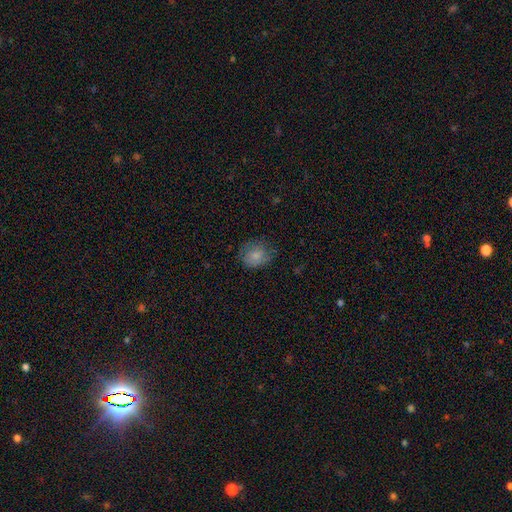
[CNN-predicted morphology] A smooth galaxy with no disk features (79%) that is round (64%).

Vote fractions:
- Smooth or featured? smooth: 79% / featured or disk: 13% / star or artifact: 9%
- How rounded? round: 64% / in between: 35% / cigar-shaped: 1%
- Merging? none: 67% / minor disturbance: 24% / major disturbance: 8% / merger: 1%